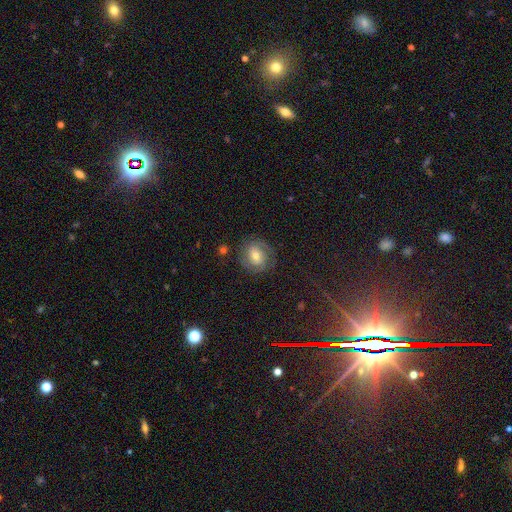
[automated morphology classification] featured or disk 60%, smooth 30%, star or artifact 10%. Down the decision tree: edge-on disk — no (97%); bar — no (47%); spiral arms — yes (85%); bulge size — moderate (62%); merging — none (77%).